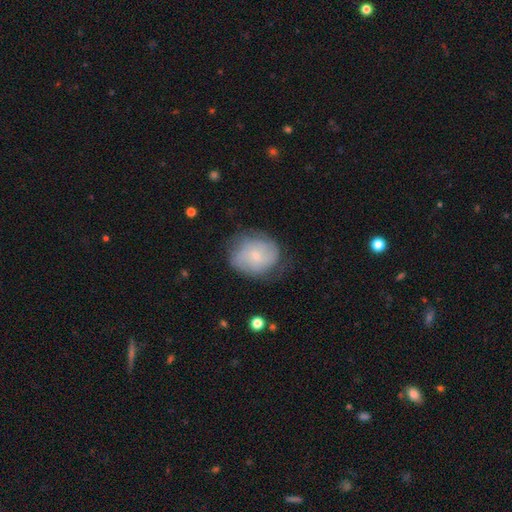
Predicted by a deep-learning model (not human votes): A smooth galaxy with no disk features (48%). Merging: none (63%).